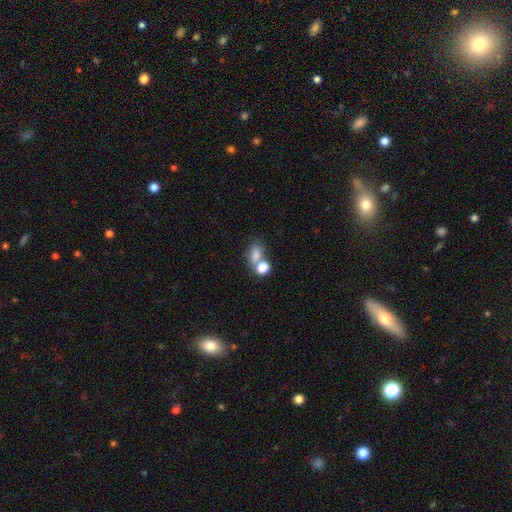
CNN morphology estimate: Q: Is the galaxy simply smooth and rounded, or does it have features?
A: smooth — 78%.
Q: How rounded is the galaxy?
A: in between — 67%.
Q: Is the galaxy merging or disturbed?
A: merger — 48%.